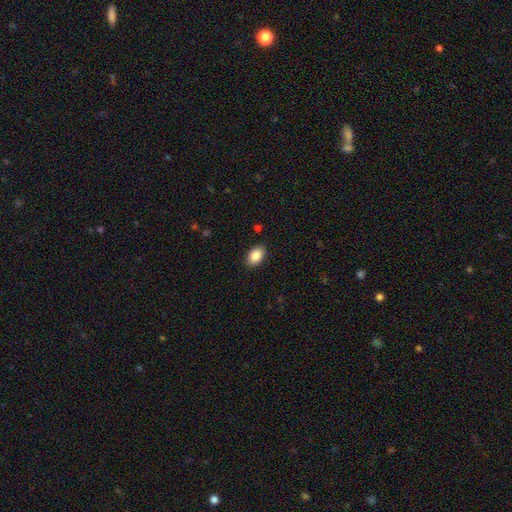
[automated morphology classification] This is clearly a smooth galaxy (87%). How rounded: clearly in between (89%). Merging: clearly none (88%).